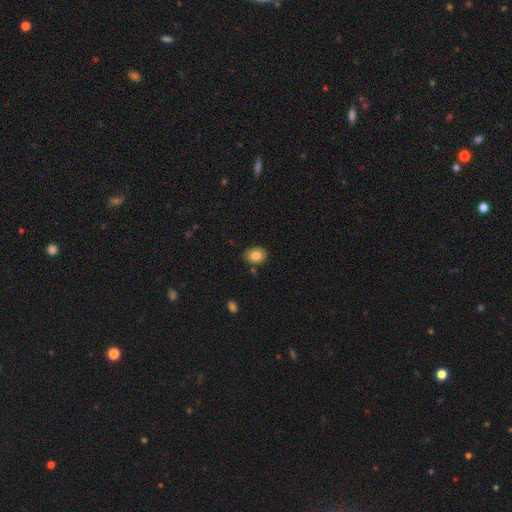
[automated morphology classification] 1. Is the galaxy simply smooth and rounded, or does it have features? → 82% smooth, 9% featured or disk, 9% star or artifact.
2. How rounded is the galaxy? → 58% in between, 41% round, 1% cigar-shaped.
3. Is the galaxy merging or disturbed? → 82% none, 12% minor disturbance, 3% merger, 2% major disturbance.